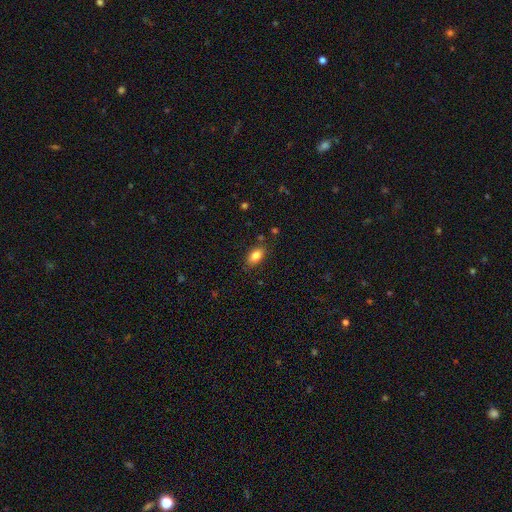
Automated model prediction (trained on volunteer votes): Q: Smooth or featured?
A: smooth (84%); runner-up: star or artifact (8%)
Q: How rounded?
A: in between (90%); runner-up: round (8%)
Q: Merging?
A: none (83%); runner-up: minor disturbance (12%)